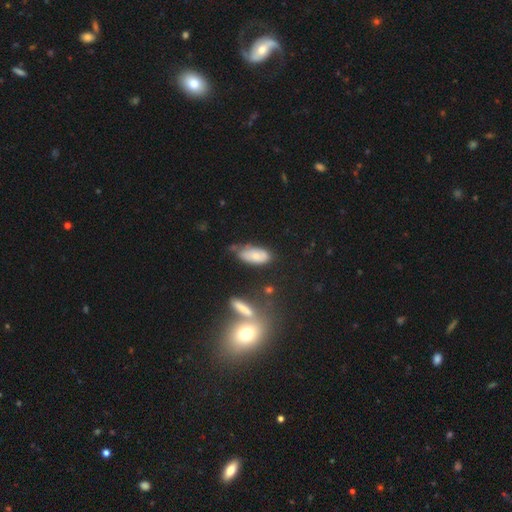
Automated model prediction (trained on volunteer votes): Smooth or featured: smooth — 67% (featured or disk — 25%)
How rounded: in between — 83% (cigar-shaped — 14%)
Merging: none — 49% (minor disturbance — 31%)